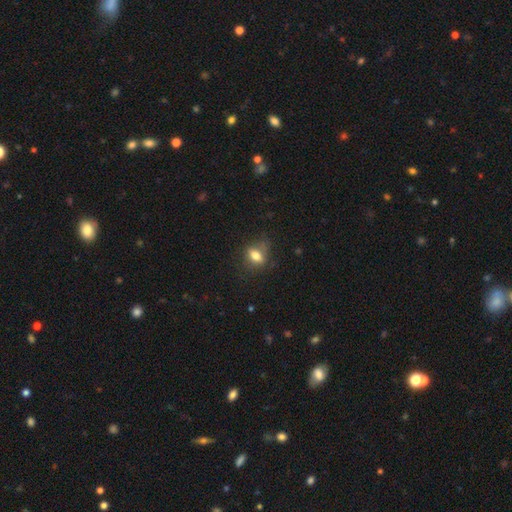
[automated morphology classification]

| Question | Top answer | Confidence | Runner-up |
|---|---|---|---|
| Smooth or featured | smooth | 75% | featured or disk (14%) |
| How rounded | in between | 73% | round (23%) |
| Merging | none | 65% | minor disturbance (23%) |